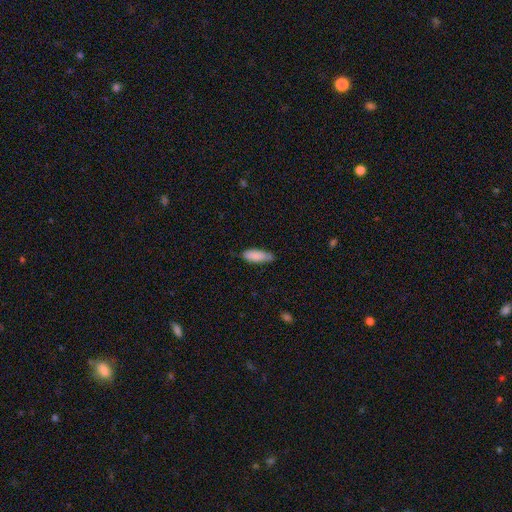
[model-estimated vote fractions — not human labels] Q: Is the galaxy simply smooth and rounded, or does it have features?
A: smooth — 87%.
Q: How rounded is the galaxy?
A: in between — 69%.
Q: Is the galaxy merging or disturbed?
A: none — 68%.